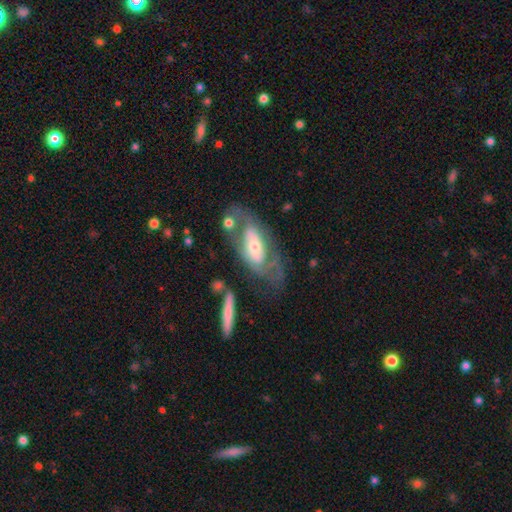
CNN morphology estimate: This appears to be a featured or disk galaxy (64%) with no bar (67%), spiral arms (56%) and a moderate central bulge (47%). Merging: none (43%).